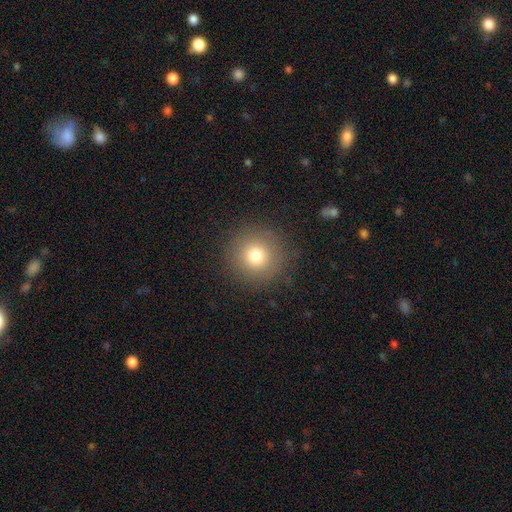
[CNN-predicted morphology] Smooth or featured: smooth — 76% (star or artifact — 13%)
How rounded: round — 95% (in between — 4%)
Merging: none — 88% (minor disturbance — 7%)